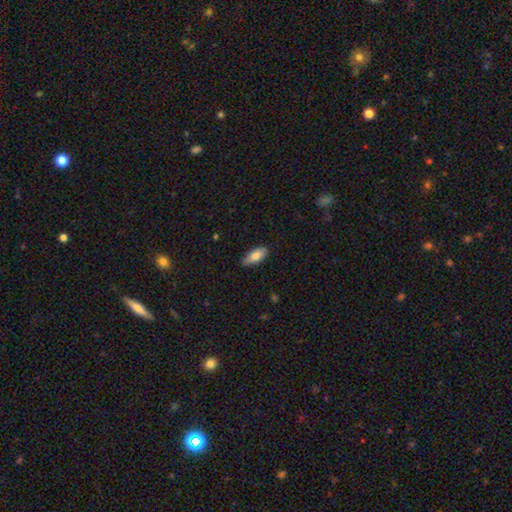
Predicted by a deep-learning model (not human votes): This is clearly a smooth galaxy (80%). How rounded: clearly in between (85%). Merging: clearly none (83%).